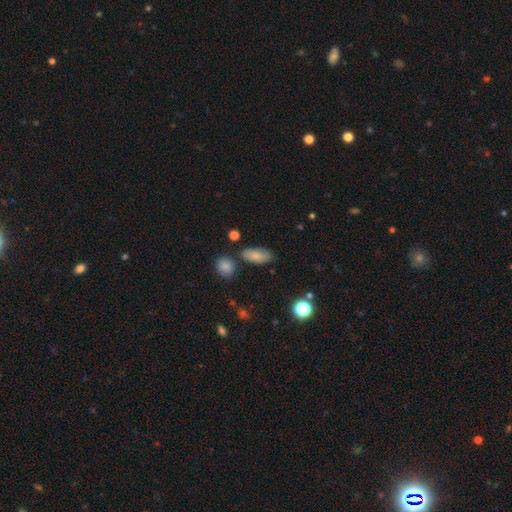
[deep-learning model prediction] Smooth or featured? Predicted: smooth (p=0.81). How rounded? Predicted: in between (p=0.88). Merging? Predicted: none (p=0.76).